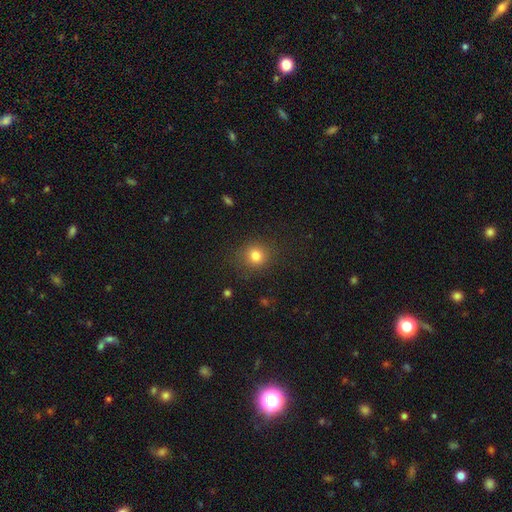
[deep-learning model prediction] Smooth or featured: smooth — 81% (star or artifact — 13%)
How rounded: round — 87% (in between — 12%)
Merging: none — 86% (minor disturbance — 9%)